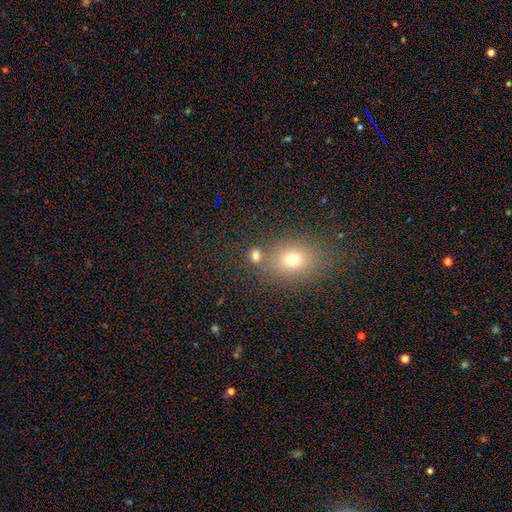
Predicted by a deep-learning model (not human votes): Smooth or featured? smooth (74%)
How rounded? round (64%)
Merging? none (66%)